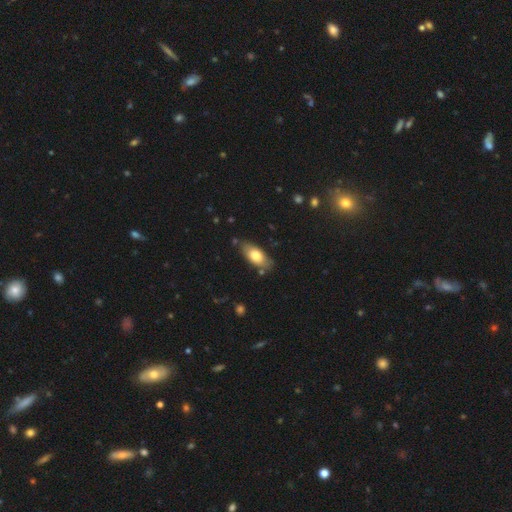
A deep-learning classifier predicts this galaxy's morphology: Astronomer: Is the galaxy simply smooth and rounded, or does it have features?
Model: smooth — 74%.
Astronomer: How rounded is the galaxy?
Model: in between — 89%.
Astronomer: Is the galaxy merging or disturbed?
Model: none — 77%.